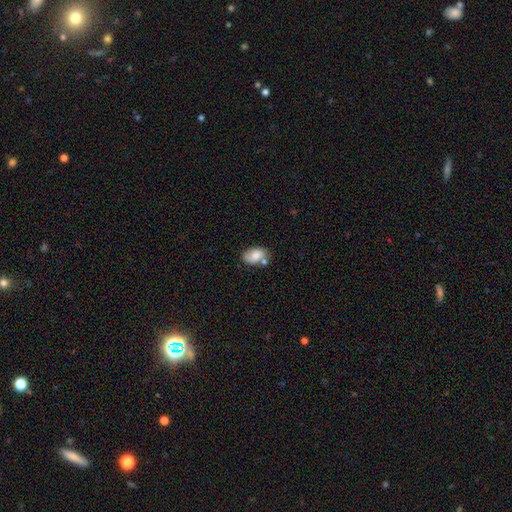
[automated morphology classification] smooth 76%, featured or disk 16%, star or artifact 8%. Down the decision tree: how rounded — in between (86%); merging — none (57%).